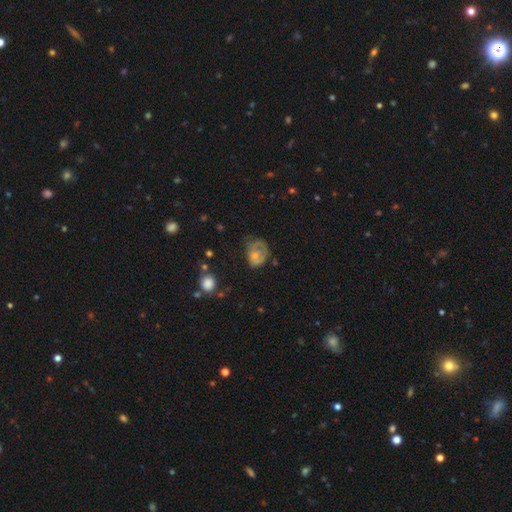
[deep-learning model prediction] Smooth or featured?
  - smooth: 51% *
  - featured or disk: 40%
  - star or artifact: 10%
How rounded?
  - in between: 56% *
  - round: 43%
  - cigar-shaped: 1%
Merging?
  - minor disturbance: 35% *
  - none: 32%
  - major disturbance: 30%
  - merger: 3%